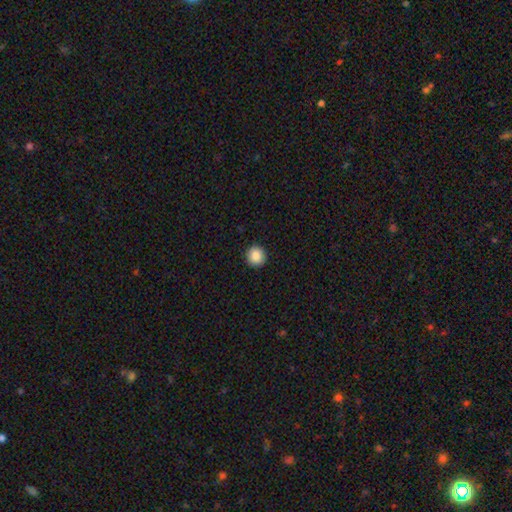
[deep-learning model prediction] smooth-or-featured: smooth: 86% | star or artifact: 9% | featured or disk: 5%
  how-rounded: round: 93% | in between: 6% | cigar-shaped: 1%
  merging: none: 92% | minor disturbance: 5% | major disturbance: 2% | merger: 1%